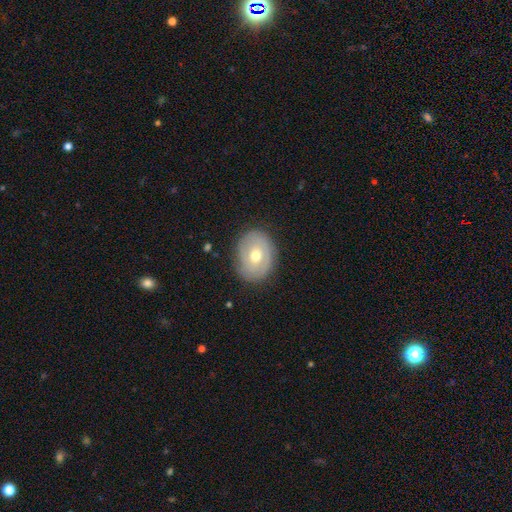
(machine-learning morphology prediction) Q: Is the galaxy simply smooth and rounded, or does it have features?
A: featured or disk — 49%.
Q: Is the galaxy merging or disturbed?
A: none — 81%.